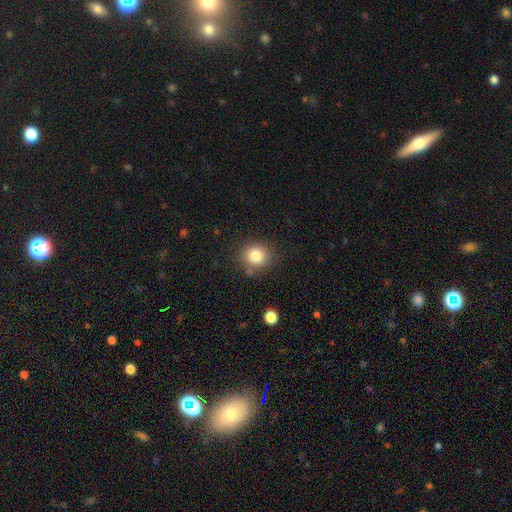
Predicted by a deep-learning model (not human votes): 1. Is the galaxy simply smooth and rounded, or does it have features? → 82% smooth, 11% star or artifact, 7% featured or disk.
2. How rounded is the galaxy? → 82% round, 17% in between, 1% cigar-shaped.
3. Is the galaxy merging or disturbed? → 80% none, 13% minor disturbance, 4% merger, 4% major disturbance.